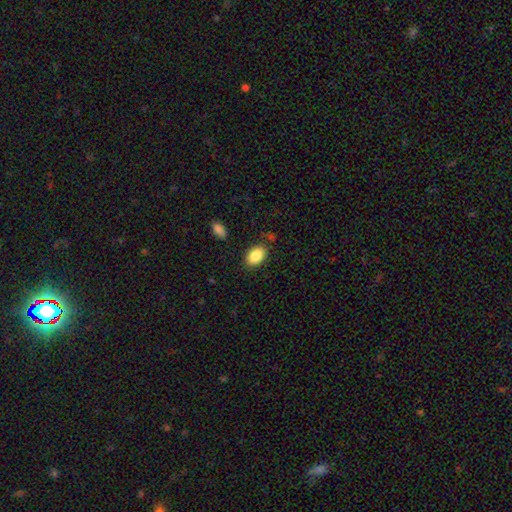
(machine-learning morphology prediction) This is clearly a smooth galaxy (87%). How rounded: clearly in between (89%). Merging: clearly none (82%).